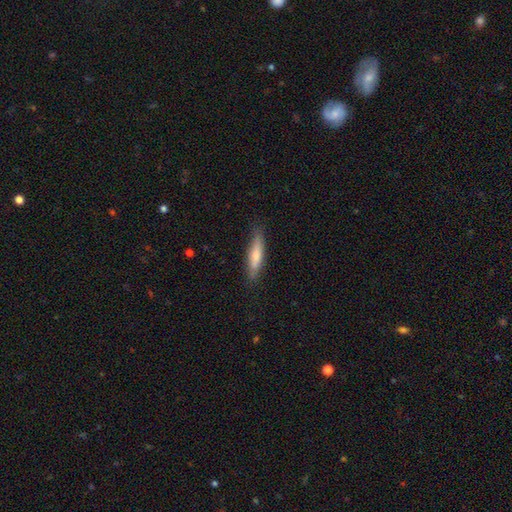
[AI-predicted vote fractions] Smooth or featured? smooth (60%)
How rounded? cigar-shaped (83%)
Merging? none (84%)